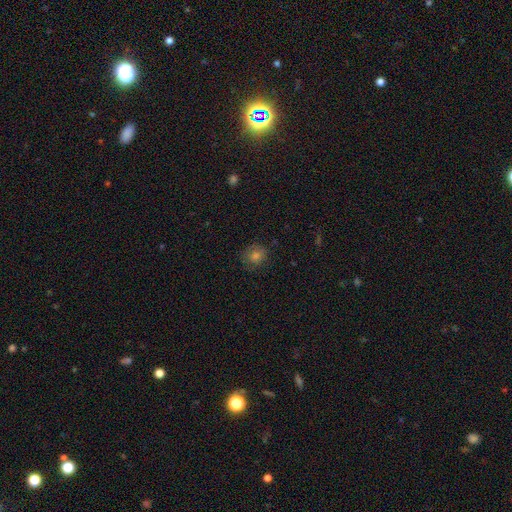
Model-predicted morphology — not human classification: smooth 67%, star or artifact 19%, featured or disk 13%. Down the decision tree: how rounded — round (76%); merging — none (79%).